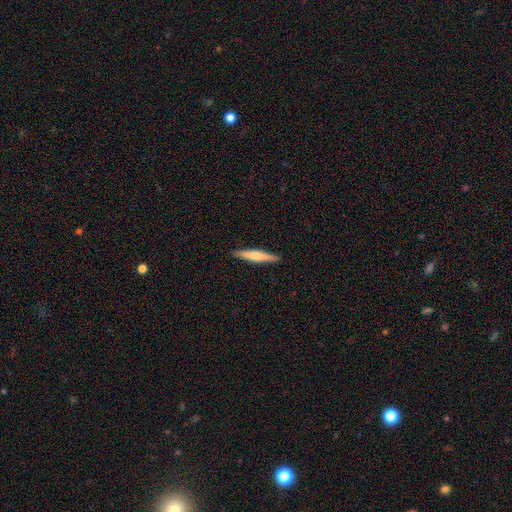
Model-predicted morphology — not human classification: Smooth or featured?
  - smooth: 55% *
  - featured or disk: 40%
  - star or artifact: 5%
How rounded?
  - cigar-shaped: 93% *
  - in between: 6%
  - round: 1%
Merging?
  - none: 91% *
  - minor disturbance: 6%
  - major disturbance: 1%
  - merger: 1%